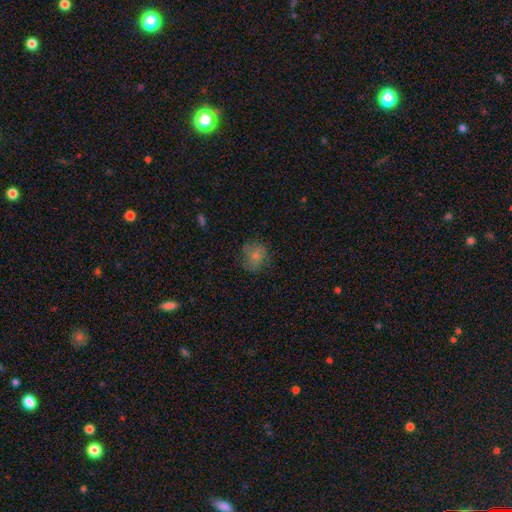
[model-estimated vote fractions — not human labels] This appears to be a smooth galaxy with no disk features (72%) that is round (77%). Merging: none (66%).